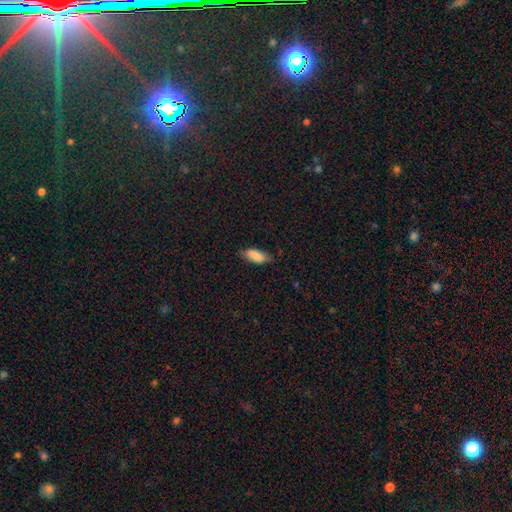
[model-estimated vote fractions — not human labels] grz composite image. It shows a smooth galaxy with no disk features (85%) that is in between round and cigar-shaped (83%). Merging: none (67%).